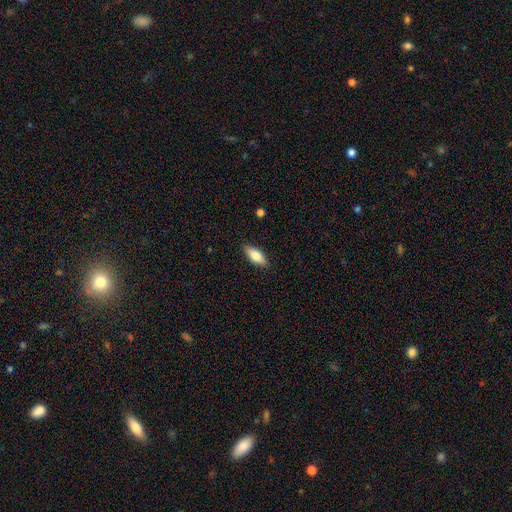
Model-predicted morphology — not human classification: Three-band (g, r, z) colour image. It shows a smooth galaxy with no disk features (73%) that is in between round and cigar-shaped (74%). Merging: none (88%).